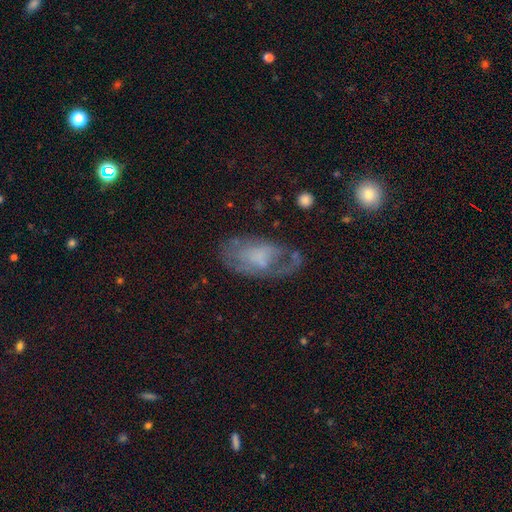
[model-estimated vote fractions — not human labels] Smooth or featured: featured or disk — 51% (smooth — 39%)
Edge-on disk: no — 93% (yes — 7%)
Merging: none — 46% (minor disturbance — 25%)